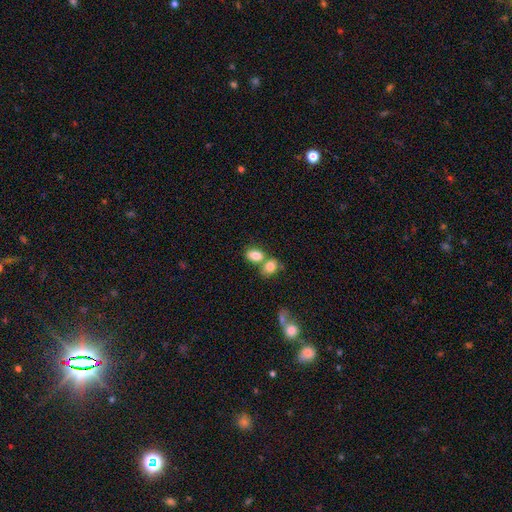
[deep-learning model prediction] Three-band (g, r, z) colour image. It shows a smooth galaxy with no disk features (83%) that is in between round and cigar-shaped (79%). Merging: merger (49%).